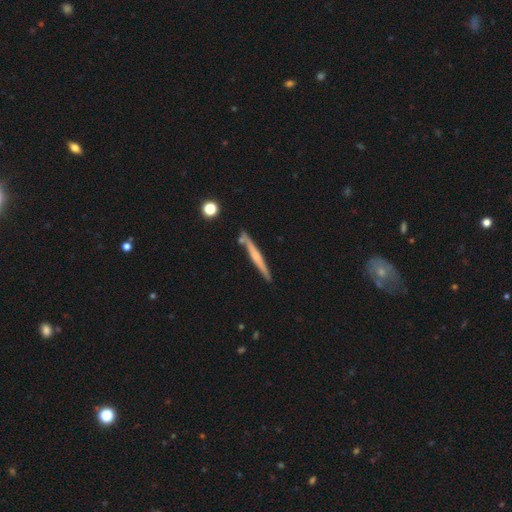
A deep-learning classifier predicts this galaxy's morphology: smooth_or_featured: featured or disk (p=0.57) [alt: smooth p=0.37]
disk_edge_on: yes (p=0.97) [alt: no p=0.03]
edge_on_bulge: none (p=0.47) [alt: rounded p=0.40]
merging: none (p=0.82) [alt: minor disturbance p=0.11]